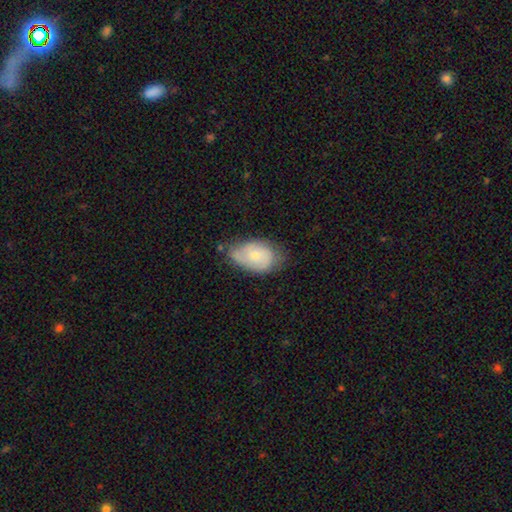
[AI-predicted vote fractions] Overall: smooth (54%; featured or disk 40%). How rounded: in between (85%). Merging: none (47%; minor disturbance 39%).